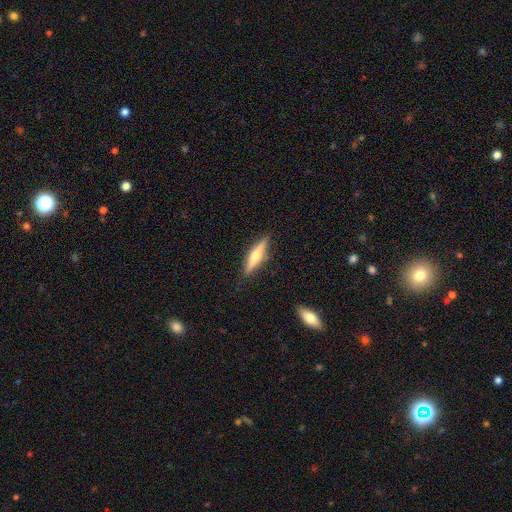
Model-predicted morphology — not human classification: Smooth or featured: featured or disk — 58% (smooth — 36%)
Edge-on disk: yes — 96% (no — 4%)
Edge-on bulge: rounded — 88% (none — 7%)
Merging: none — 88% (minor disturbance — 9%)